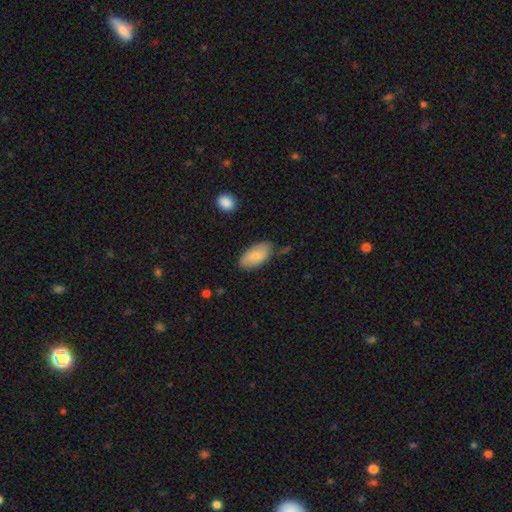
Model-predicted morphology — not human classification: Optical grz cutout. It shows a smooth galaxy with no disk features (81%) that is in between round and cigar-shaped (94%). Merging: none (75%).